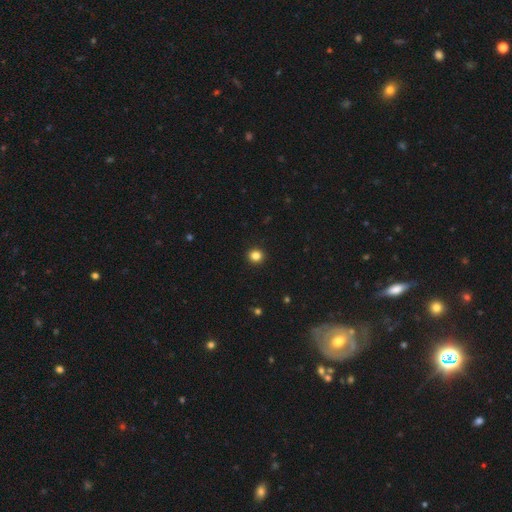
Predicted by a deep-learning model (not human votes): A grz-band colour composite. It shows a smooth galaxy with no disk features (84%) that is round (91%). Merging: none (93%).